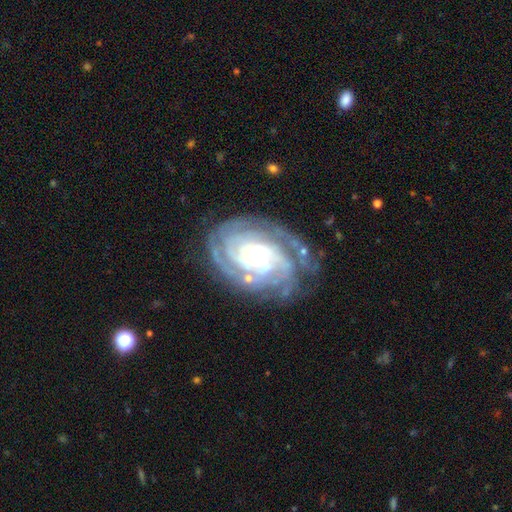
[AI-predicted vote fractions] Smooth or featured: featured or disk — 89% (star or artifact — 5%)
Edge-on disk: no — 97% (yes — 3%)
Bar: no — 64% (weak — 26%)
Spiral arms: yes — 98% (no — 2%)
Spiral winding: tight — 76% (medium — 21%)
Spiral arm count: can't tell — 23% (tied with 3 — 23%)
Bulge size: moderate — 48% (small — 30%)
Merging: none — 70% (minor disturbance — 19%)